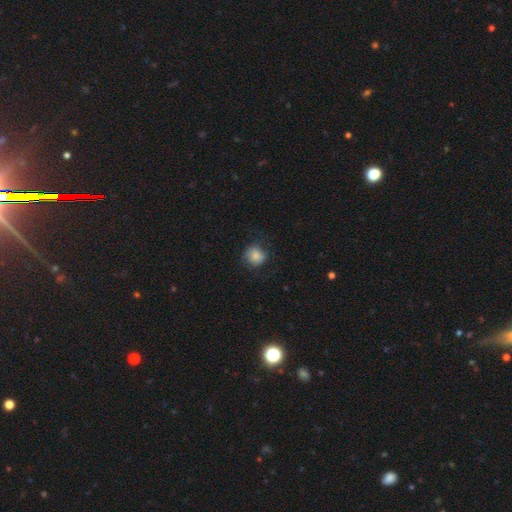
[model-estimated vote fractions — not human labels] Morphology: type=smooth (82%); roundness=round (85%); merging=none (72%).